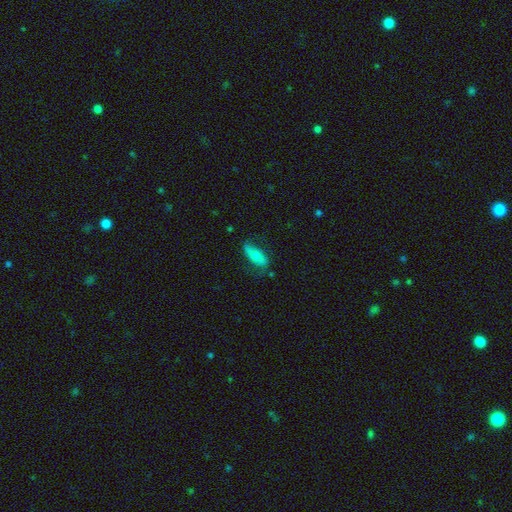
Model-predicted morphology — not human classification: Smooth or featured?
  - smooth: 58% *
  - featured or disk: 35%
  - star or artifact: 7%
How rounded?
  - in between: 67% *
  - cigar-shaped: 30%
  - round: 3%
Merging?
  - none: 65% *
  - minor disturbance: 25%
  - major disturbance: 9%
  - merger: 2%